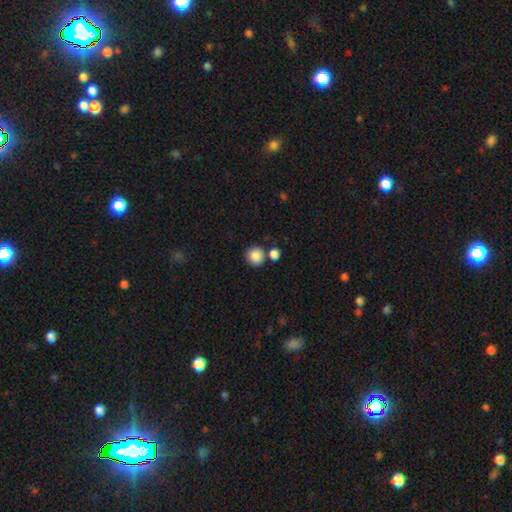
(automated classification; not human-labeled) smooth_or_featured: smooth (p=0.87) [alt: star or artifact p=0.09]
how_rounded: round (p=0.92) [alt: in between p=0.07]
merging: none (p=0.70) [alt: merger p=0.19]